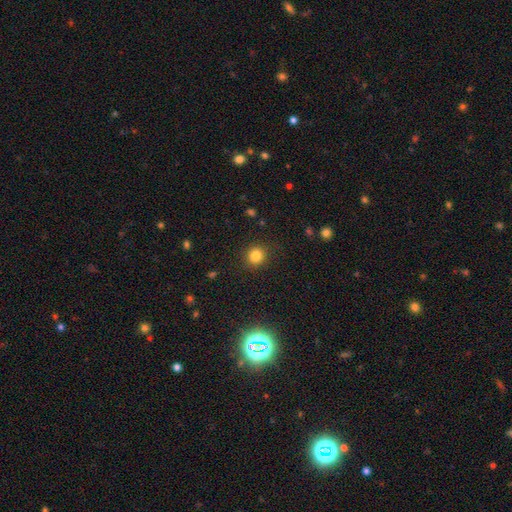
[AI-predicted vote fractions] Smooth or featured? Predicted: smooth (p=0.82). How rounded? Predicted: round (p=0.89). Merging? Predicted: none (p=0.89).